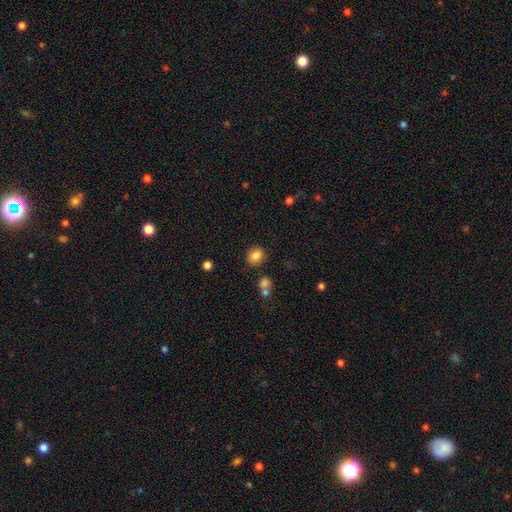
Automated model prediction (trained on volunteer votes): Overall: smooth (84%). How rounded: round (67%; in between 32%). Merging: none (82%).